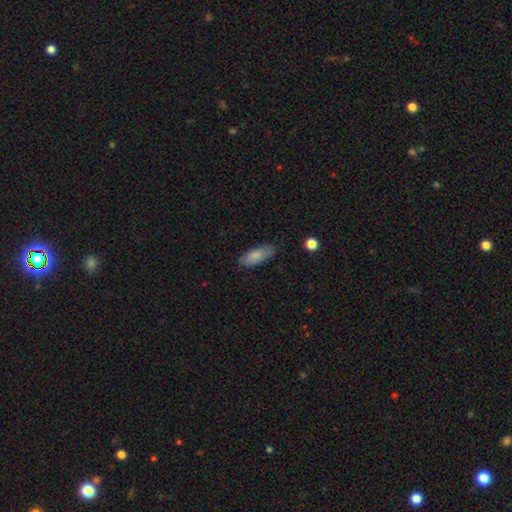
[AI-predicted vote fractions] Morphology: type=smooth (84%); roundness=in between (74%); merging=none (77%).